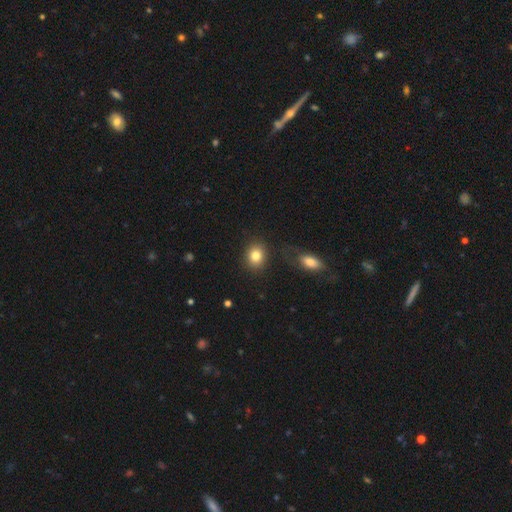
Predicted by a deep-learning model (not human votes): Overall: smooth (83%). How rounded: round (56%; in between 43%). Merging: none (81%).